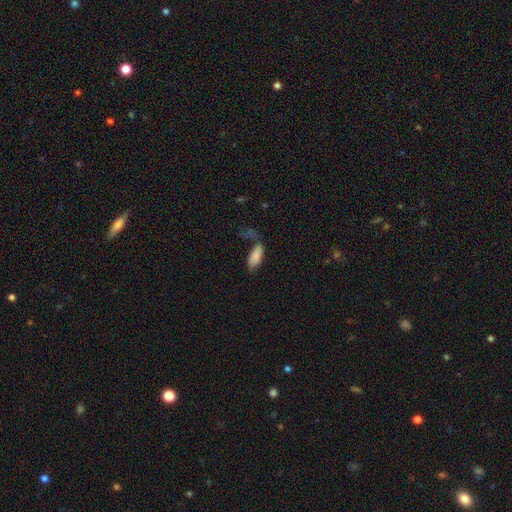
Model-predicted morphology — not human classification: Q: Smooth or featured?
A: smooth (83%); runner-up: featured or disk (9%)
Q: How rounded?
A: in between (85%); runner-up: cigar-shaped (13%)
Q: Merging?
A: none (46%); runner-up: minor disturbance (26%)